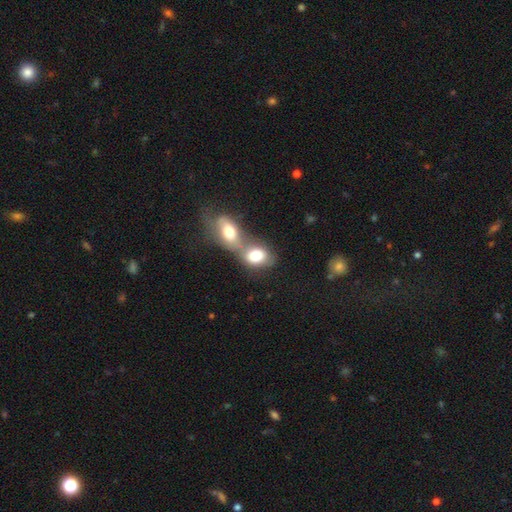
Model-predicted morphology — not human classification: This appears to be a smooth galaxy with no disk features (75%) that is in between round and cigar-shaped (73%). Merging: merger (68%).